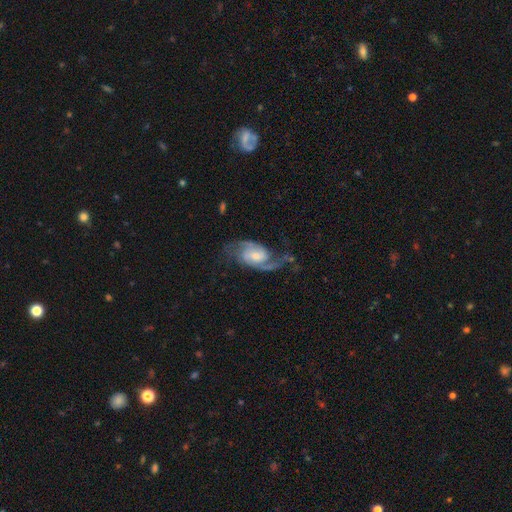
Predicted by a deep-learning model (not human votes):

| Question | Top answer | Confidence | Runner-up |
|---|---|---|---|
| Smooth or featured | featured or disk | 88% | smooth (7%) |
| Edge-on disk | no | 97% | yes (3%) |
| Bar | no | 48% | weak (40%) |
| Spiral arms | yes | 97% | no (3%) |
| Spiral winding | medium | 50% | loose (31%) |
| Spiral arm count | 2 | 86% | 3 (4%) |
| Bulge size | small | 54% | moderate (37%) |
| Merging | none | 62% | minor disturbance (18%) |